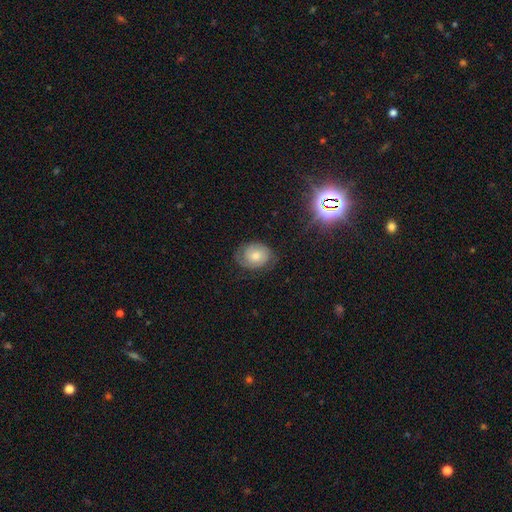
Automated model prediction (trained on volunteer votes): smooth_or_featured: featured or disk (p=0.53) [alt: smooth p=0.38]
disk_edge_on: no (p=0.96) [alt: yes p=0.04]
bar: no (p=0.73) [alt: weak p=0.23]
has_spiral_arms: yes (p=0.85) [alt: no p=0.15]
bulge_size: moderate (p=0.56) [alt: small p=0.29]
merging: none (p=0.71) [alt: minor disturbance p=0.20]